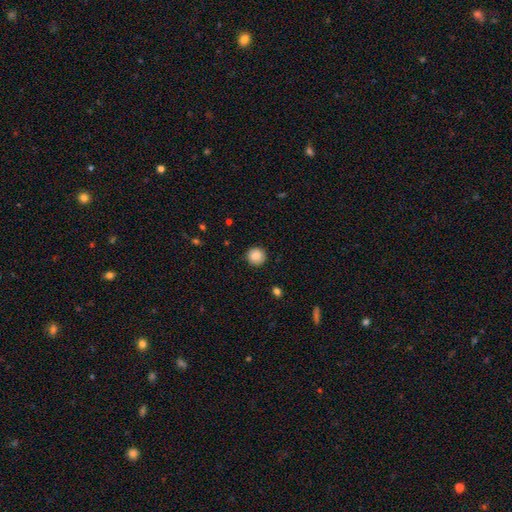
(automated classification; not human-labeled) A smooth galaxy with no disk features (88%) that is round (94%).

Vote fractions:
- Smooth or featured? smooth: 88% / star or artifact: 9% / featured or disk: 3%
- How rounded? round: 94% / in between: 5% / cigar-shaped: 1%
- Merging? none: 90% / minor disturbance: 7% / major disturbance: 2% / merger: 1%